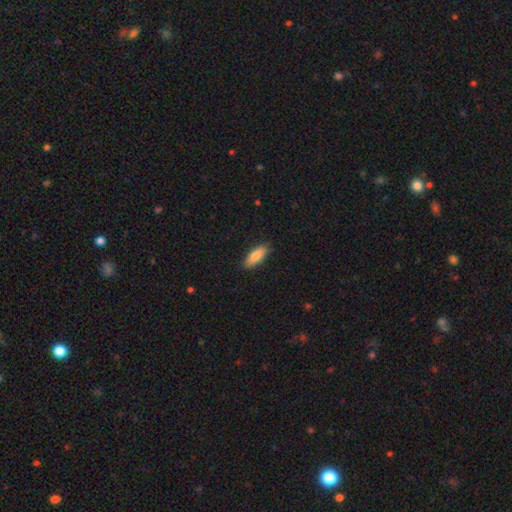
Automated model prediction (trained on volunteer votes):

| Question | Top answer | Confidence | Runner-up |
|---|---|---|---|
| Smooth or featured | smooth | 83% | featured or disk (11%) |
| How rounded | in between | 67% | cigar-shaped (31%) |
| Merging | none | 87% | minor disturbance (10%) |